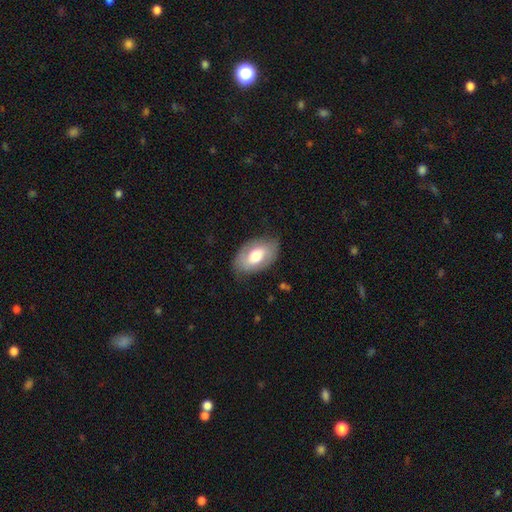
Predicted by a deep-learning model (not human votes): smooth-or-featured: smooth: 55% | featured or disk: 39% | star or artifact: 6%
  how-rounded: in between: 92% | round: 7% | cigar-shaped: 1%
  merging: none: 75% | minor disturbance: 18% | major disturbance: 5% | merger: 1%